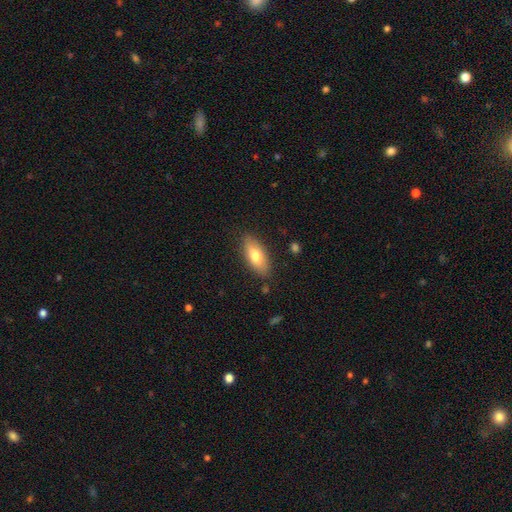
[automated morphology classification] Overall: smooth (71%). How rounded: in between (81%). Merging: none (84%).